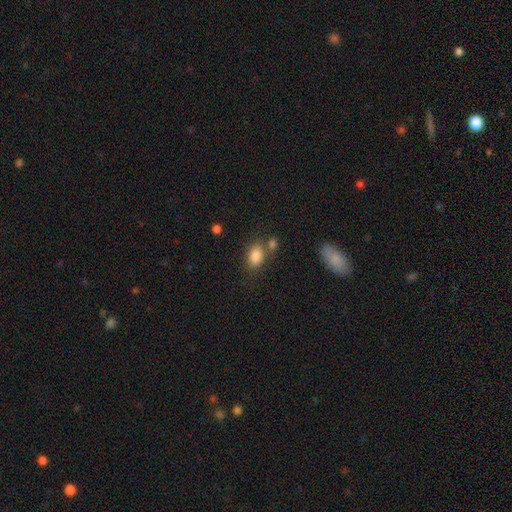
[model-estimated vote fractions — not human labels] smooth 85%, star or artifact 9%, featured or disk 6%. Down the decision tree: how rounded — in between (83%); merging — none (64%).